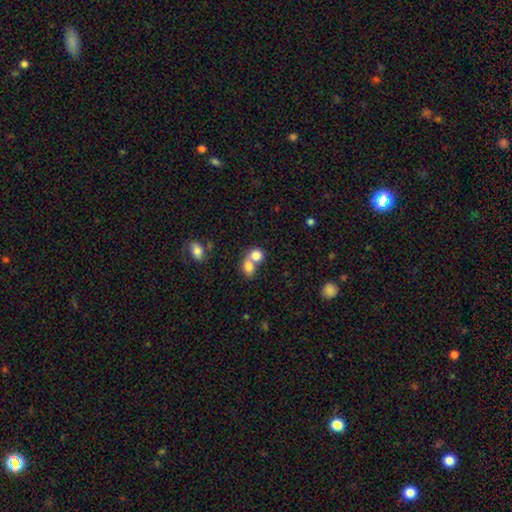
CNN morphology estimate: smooth_or_featured: smooth (p=0.80) [alt: featured or disk p=0.11]
how_rounded: round (p=0.67) [alt: in between p=0.32]
merging: merger (p=0.62) [alt: none p=0.29]